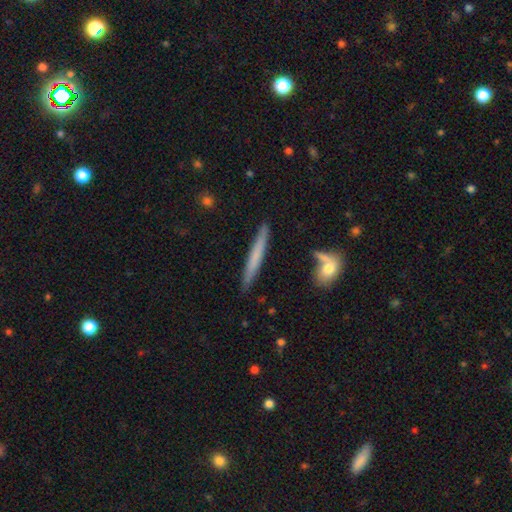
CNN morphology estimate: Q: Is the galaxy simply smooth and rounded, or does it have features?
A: smooth — 61%.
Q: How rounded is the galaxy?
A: cigar-shaped — 96%.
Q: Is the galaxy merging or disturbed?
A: none — 88%.